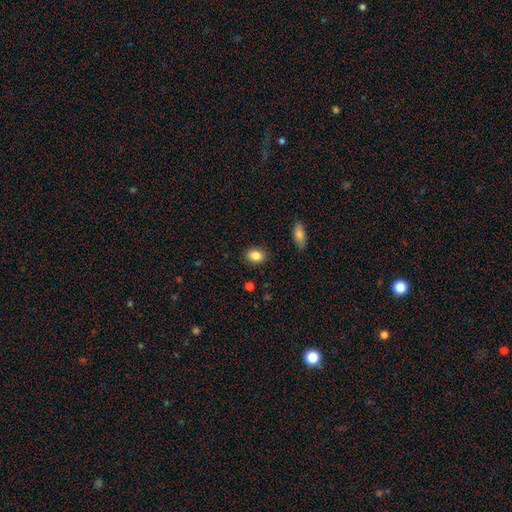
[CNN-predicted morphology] Smooth or featured?
  - smooth: 85% *
  - star or artifact: 9%
  - featured or disk: 6%
How rounded?
  - in between: 64% *
  - round: 34%
  - cigar-shaped: 1%
Merging?
  - none: 88% *
  - minor disturbance: 8%
  - major disturbance: 2%
  - merger: 1%